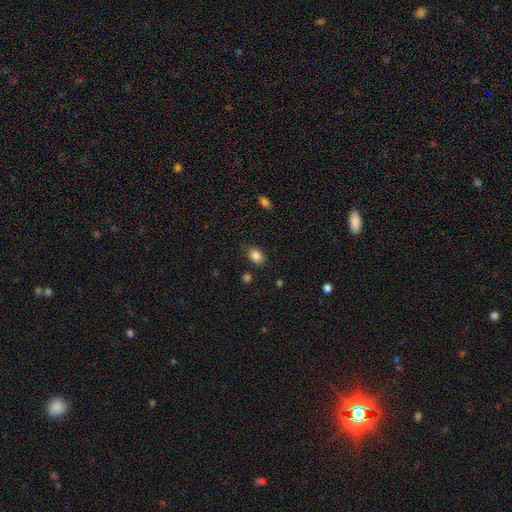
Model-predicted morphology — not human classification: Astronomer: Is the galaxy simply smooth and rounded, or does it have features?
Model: smooth — 85%.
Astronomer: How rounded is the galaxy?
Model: in between — 80%.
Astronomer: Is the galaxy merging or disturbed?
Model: none — 81%.